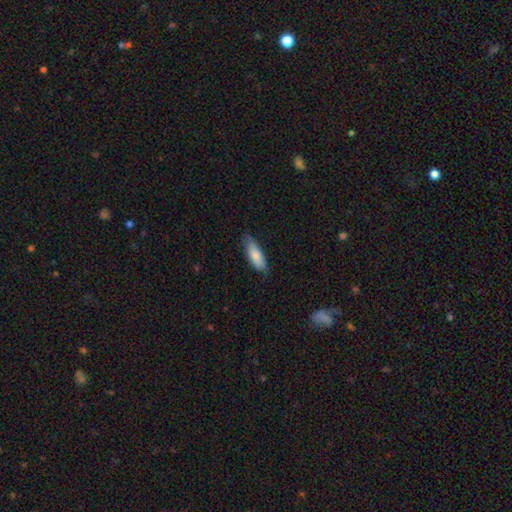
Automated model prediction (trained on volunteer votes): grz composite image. It shows a smooth galaxy with no disk features (78%) that is in between round and cigar-shaped (61%). Merging: none (73%).